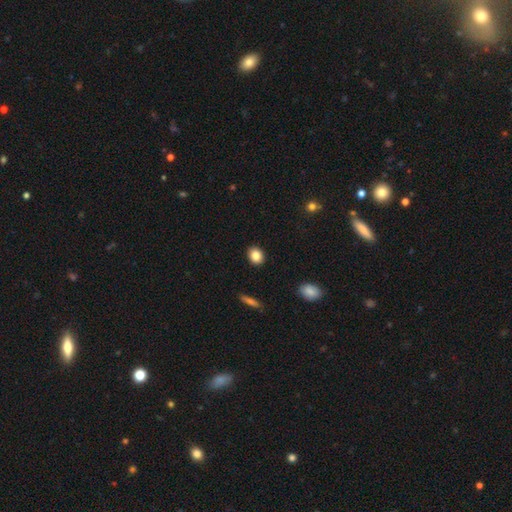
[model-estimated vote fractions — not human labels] Smooth or featured? smooth (85%)
How rounded? round (61%)
Merging? none (91%)